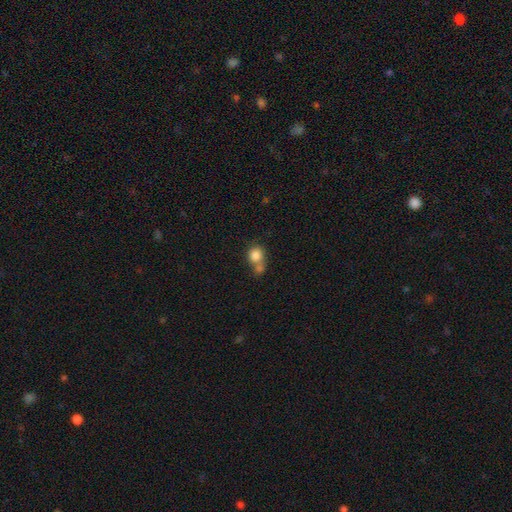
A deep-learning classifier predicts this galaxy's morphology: Smooth or featured: smooth — 83% (star or artifact — 9%)
How rounded: round — 81% (in between — 18%)
Merging: merger — 46% (none — 38%)